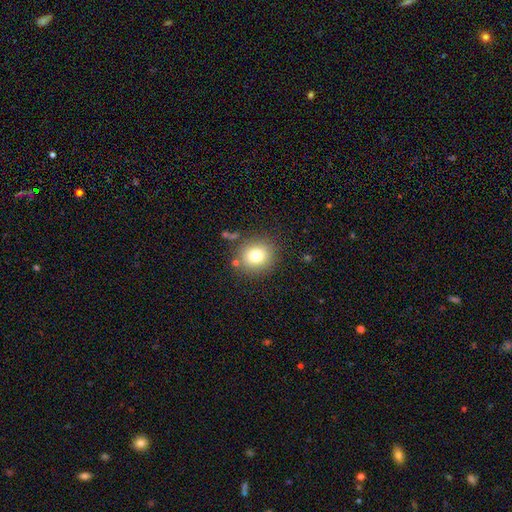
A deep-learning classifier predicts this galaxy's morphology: The model was most divided on "how rounded": round: 83%, in between: 17%, cigar-shaped: 1%. More confident: merging — none (82%); smooth or featured — smooth (78%).